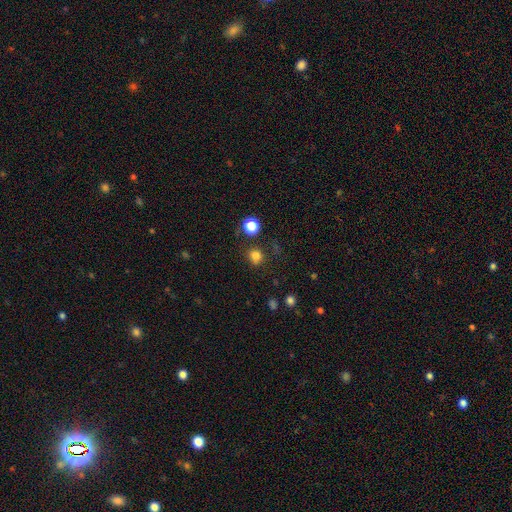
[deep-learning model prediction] smooth_or_featured: smooth (p=0.79) [alt: star or artifact p=0.16]
how_rounded: round (p=0.83) [alt: in between p=0.16]
merging: none (p=0.78) [alt: minor disturbance p=0.12]